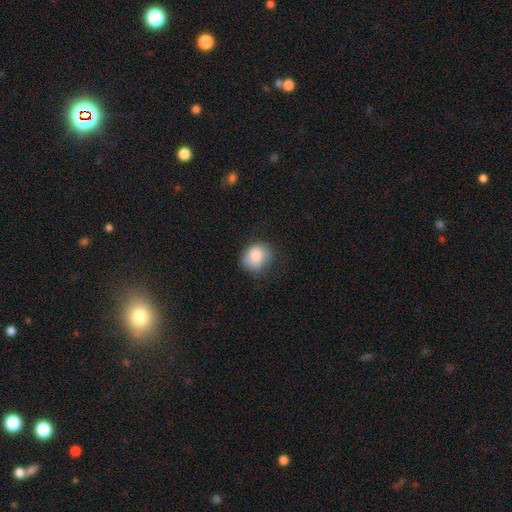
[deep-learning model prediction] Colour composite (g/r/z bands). It shows a smooth galaxy with no disk features (83%) that is round (64%). Merging: none (69%).